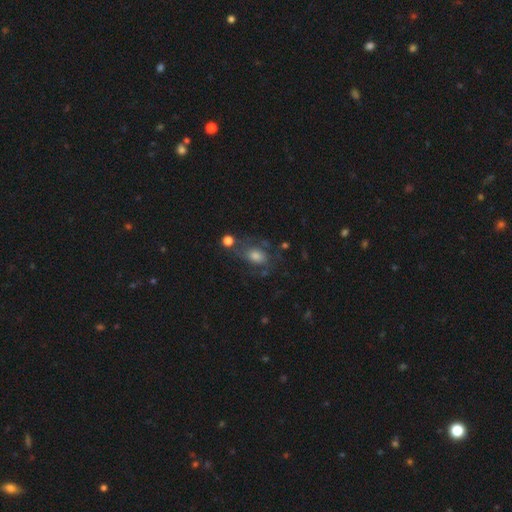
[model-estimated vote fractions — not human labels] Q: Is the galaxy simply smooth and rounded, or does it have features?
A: smooth — 46%.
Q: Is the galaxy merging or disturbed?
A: none — 54%.